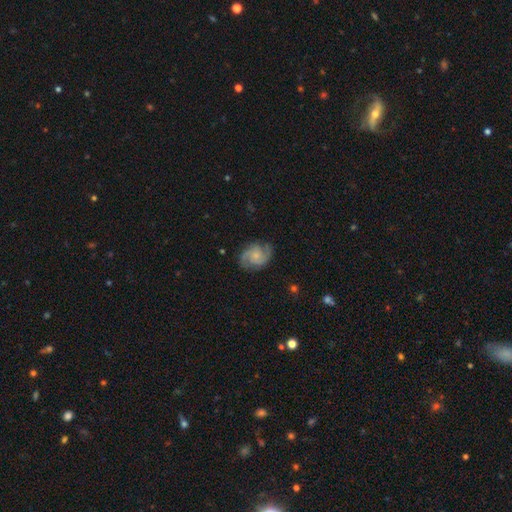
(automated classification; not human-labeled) This appears to be a featured or disk galaxy (80%) with no bar (69%), 2 (81%) medium (52%) spiral arms (96%) and a small central bulge (60%). Merging: none (77%).